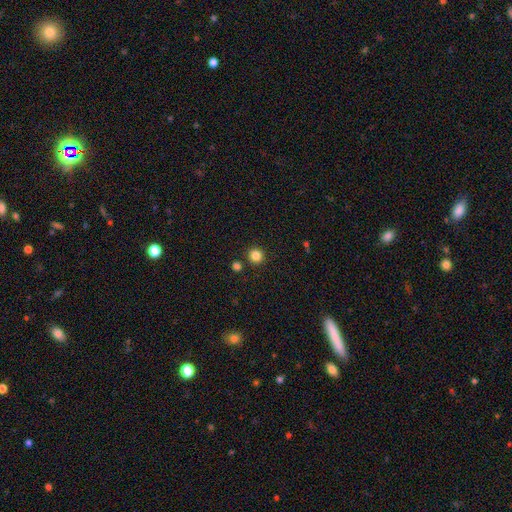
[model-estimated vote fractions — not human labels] Smooth or featured: smooth — 84% (star or artifact — 12%)
How rounded: round — 93% (in between — 6%)
Merging: none — 88% (minor disturbance — 6%)